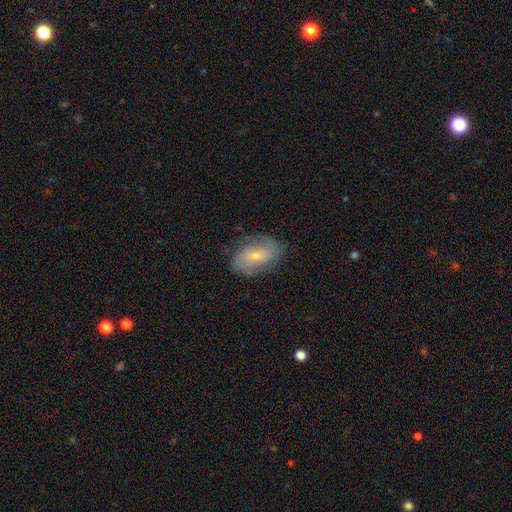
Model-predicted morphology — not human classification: Smooth or featured?
  - featured or disk: 59% *
  - smooth: 33%
  - star or artifact: 8%
Edge-on disk?
  - no: 95% *
  - yes: 5%
Bar?
  - no: 55% *
  - weak: 36%
  - strong: 10%
Spiral arms?
  - yes: 81% *
  - no: 19%
Bulge size?
  - small: 61% *
  - moderate: 34%
  - none: 2%
  - large: 2%
  - dominant: 1%
Merging?
  - none: 73% *
  - minor disturbance: 19%
  - major disturbance: 7%
  - merger: 1%